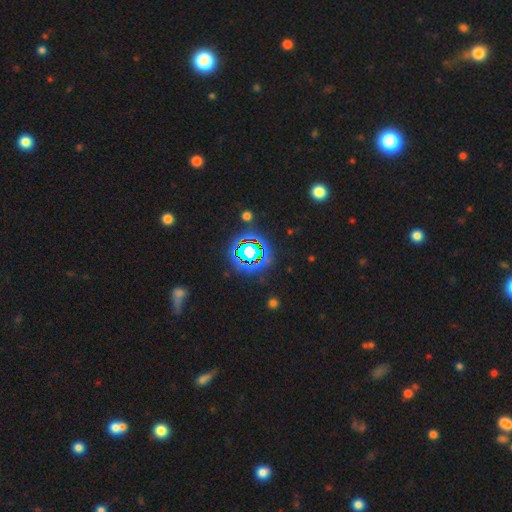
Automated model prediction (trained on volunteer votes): Smooth or featured: star or artifact — 77% (smooth — 15%)